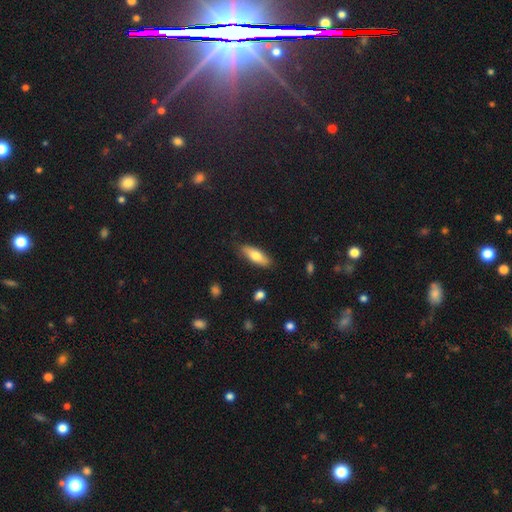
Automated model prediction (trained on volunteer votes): Q: Smooth or featured?
A: smooth (70%); runner-up: featured or disk (24%)
Q: How rounded?
A: in between (58%); runner-up: cigar-shaped (40%)
Q: Merging?
A: none (84%); runner-up: minor disturbance (12%)